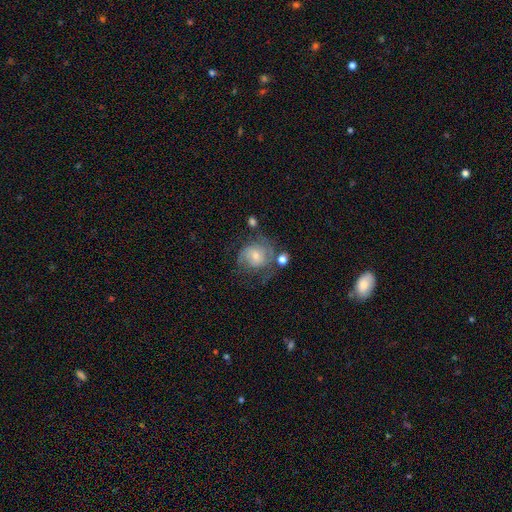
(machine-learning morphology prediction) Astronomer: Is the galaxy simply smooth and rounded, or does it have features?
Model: featured or disk — 60%.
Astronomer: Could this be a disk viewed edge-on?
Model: no — 97%.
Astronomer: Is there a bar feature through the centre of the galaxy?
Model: no — 63%.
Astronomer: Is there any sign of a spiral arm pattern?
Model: yes — 81%.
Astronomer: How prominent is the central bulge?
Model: moderate — 47% (runner-up: small, 45%).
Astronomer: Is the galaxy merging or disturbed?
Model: none — 46% (runner-up: minor disturbance, 23%).